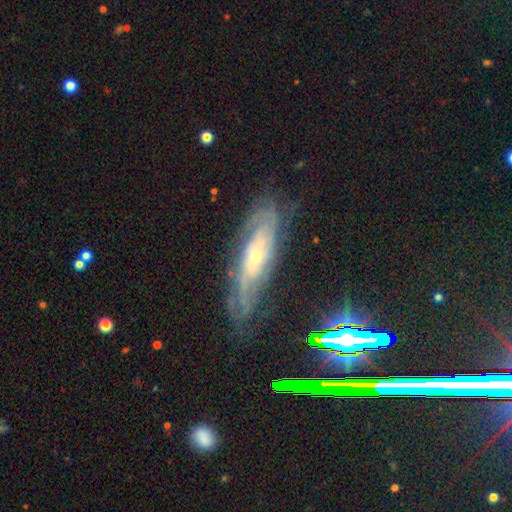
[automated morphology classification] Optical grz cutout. It shows a featured or disk galaxy (77%) with no bar (71%), tight (67%) spiral arms (92%) and a small central bulge (71%). Merging: none (74%).